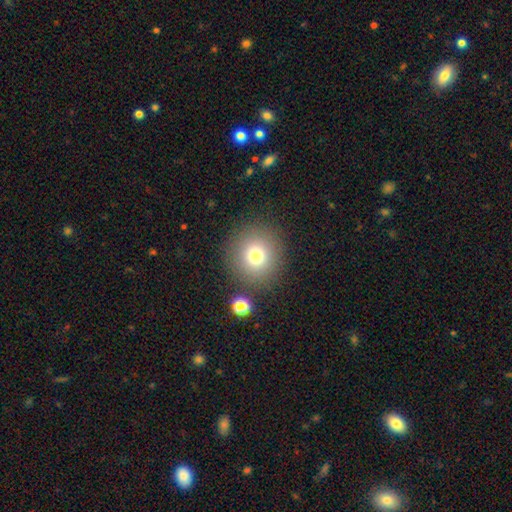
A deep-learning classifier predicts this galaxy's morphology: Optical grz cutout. It shows a smooth galaxy with no disk features (75%) that is round (93%). Merging: none (85%).